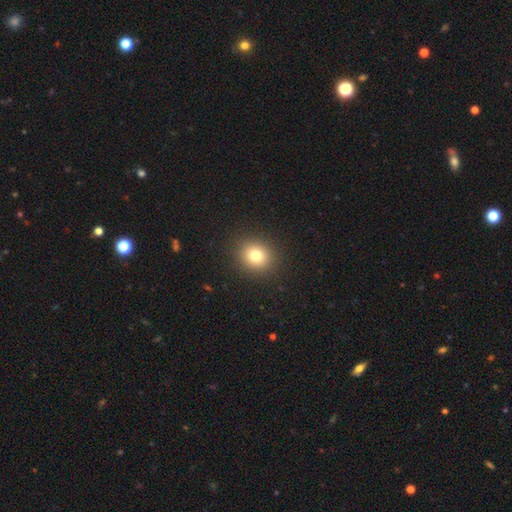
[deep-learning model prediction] smooth-or-featured: smooth: 78% | star or artifact: 13% | featured or disk: 9%
  how-rounded: round: 83% | in between: 17% | cigar-shaped: 1%
  merging: none: 91% | minor disturbance: 6% | major disturbance: 2% | merger: 1%